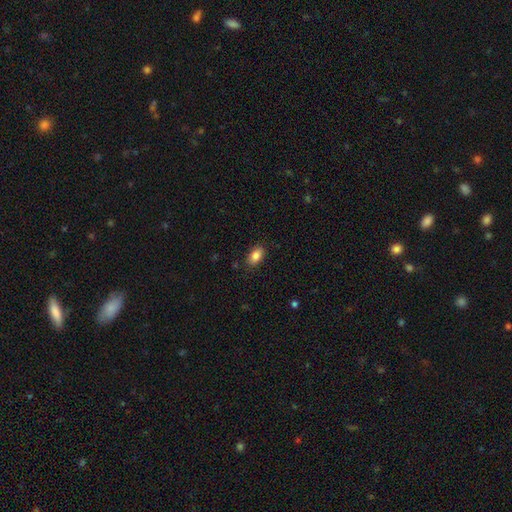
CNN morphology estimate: smooth-or-featured: smooth: 86% | star or artifact: 8% | featured or disk: 6%
  how-rounded: in between: 91% | round: 7% | cigar-shaped: 2%
  merging: none: 87% | minor disturbance: 10% | major disturbance: 2% | merger: 1%